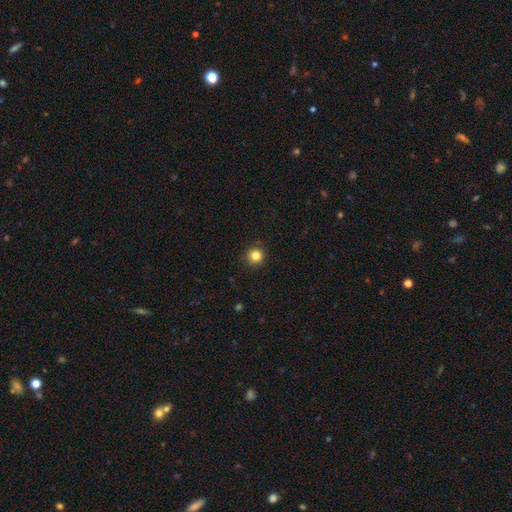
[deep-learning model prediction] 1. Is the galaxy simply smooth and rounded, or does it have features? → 83% smooth, 12% star or artifact, 5% featured or disk.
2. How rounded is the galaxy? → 95% round, 4% in between, 1% cigar-shaped.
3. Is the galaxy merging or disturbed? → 91% none, 6% minor disturbance, 2% major disturbance, 1% merger.